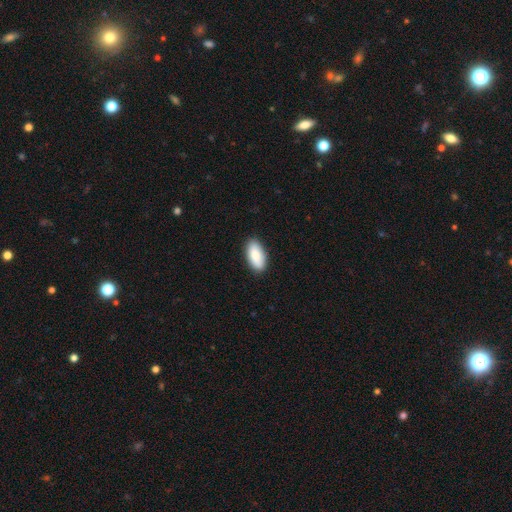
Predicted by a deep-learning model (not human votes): The model was most divided on "merging": none: 88%, minor disturbance: 9%, major disturbance: 2%, merger: 1%. More confident: how rounded — in between (92%); smooth or featured — smooth (88%).